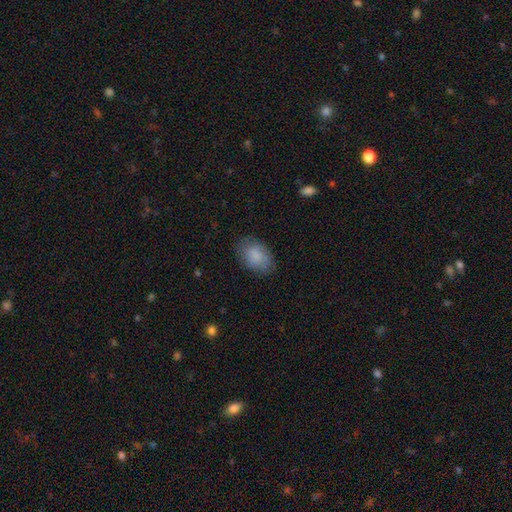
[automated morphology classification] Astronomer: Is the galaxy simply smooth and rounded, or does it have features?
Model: smooth — 85%.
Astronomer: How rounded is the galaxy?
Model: in between — 82%.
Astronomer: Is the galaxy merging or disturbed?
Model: none — 78%.